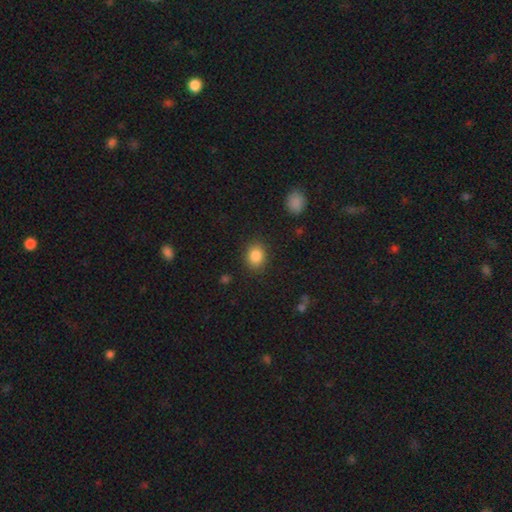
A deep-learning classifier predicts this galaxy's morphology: Smooth or featured? smooth (86%)
How rounded? round (55%)
Merging? none (87%)